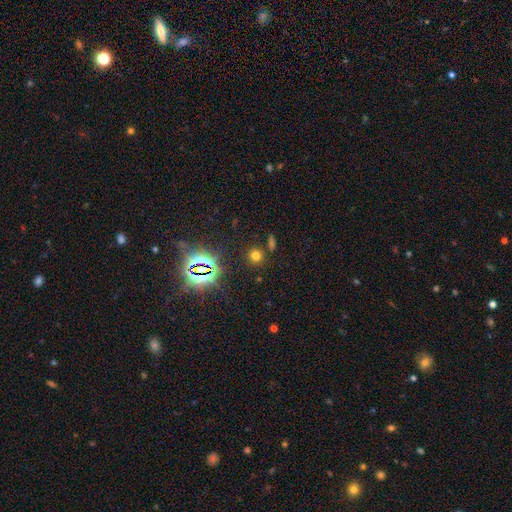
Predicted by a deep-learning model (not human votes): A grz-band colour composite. It shows a smooth galaxy with no disk features (63%) that is round (87%). Merging: none (83%).